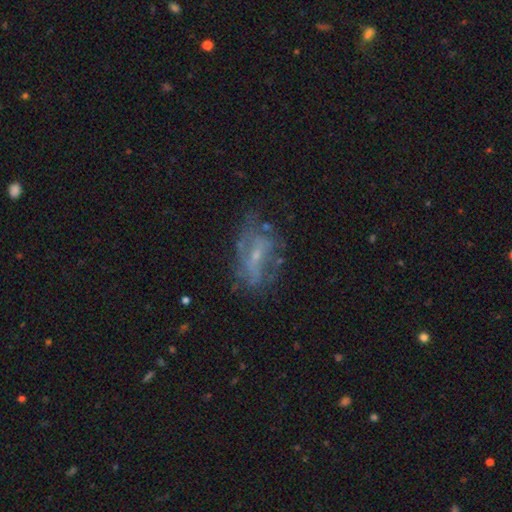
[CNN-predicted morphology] Smooth or featured?
  - featured or disk: 63% *
  - smooth: 25%
  - star or artifact: 12%
Edge-on disk?
  - no: 92% *
  - yes: 8%
Bar?
  - no: 47% *
  - weak: 39%
  - strong: 14%
Spiral arms?
  - yes: 53% *
  - no: 47%
Bulge size?
  - small: 67% *
  - moderate: 19%
  - none: 12%
  - large: 1%
  - dominant: 1%
Merging?
  - none: 55% *
  - minor disturbance: 24%
  - major disturbance: 19%
  - merger: 3%